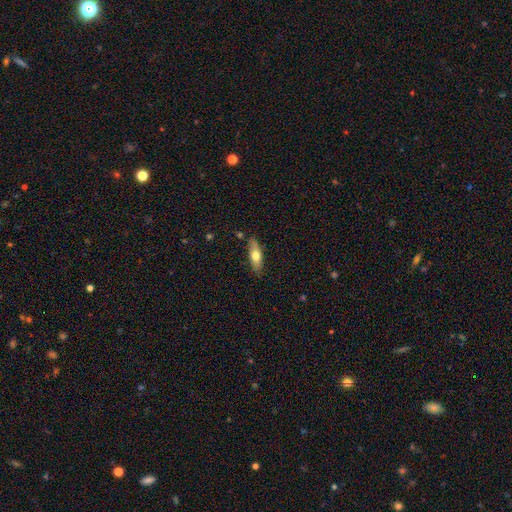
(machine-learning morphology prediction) Smooth or featured? Predicted: smooth (p=0.63). How rounded? Predicted: in between (p=0.57). Merging? Predicted: none (p=0.81).